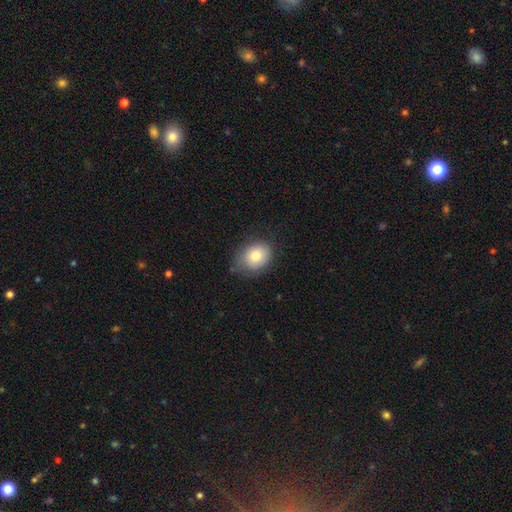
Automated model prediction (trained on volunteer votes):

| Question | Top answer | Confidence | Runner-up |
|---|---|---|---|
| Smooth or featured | smooth | 78% | featured or disk (12%) |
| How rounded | round | 51% | in between (49%) |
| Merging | none | 71% | minor disturbance (22%) |